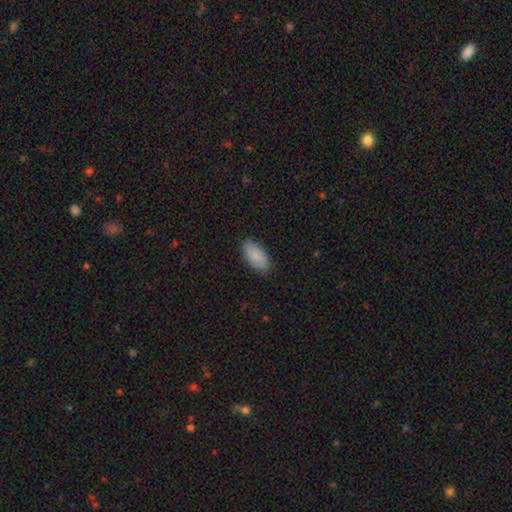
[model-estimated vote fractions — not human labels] This is clearly a smooth galaxy (84%). How rounded: clearly in between (93%). Merging: clearly none (85%).